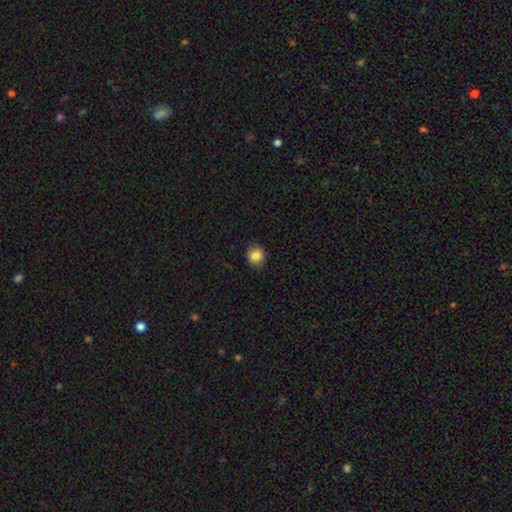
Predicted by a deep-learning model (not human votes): A smooth galaxy with no disk features (84%) that is round (76%).

Vote fractions:
- Smooth or featured? smooth: 84% / star or artifact: 10% / featured or disk: 6%
- How rounded? round: 76% / in between: 23% / cigar-shaped: 1%
- Merging? none: 86% / minor disturbance: 11% / major disturbance: 2% / merger: 1%